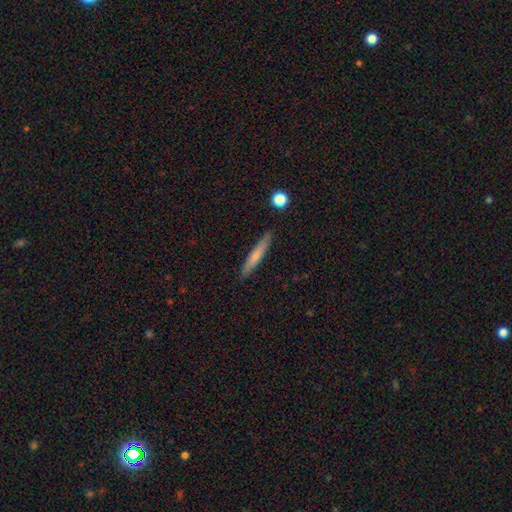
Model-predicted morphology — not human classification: A smooth galaxy with no disk features (63%) that is cigar-shaped (94%).

Vote fractions:
- Smooth or featured? smooth: 63% / featured or disk: 30% / star or artifact: 6%
- How rounded? cigar-shaped: 94% / in between: 4% / round: 1%
- Merging? none: 88% / minor disturbance: 8% / major disturbance: 2% / merger: 2%